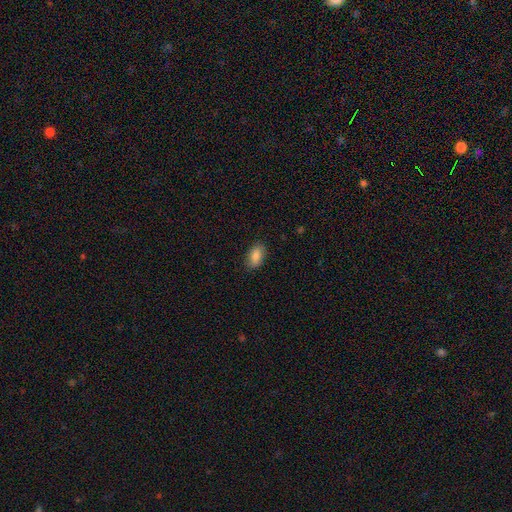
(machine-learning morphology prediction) Overall: smooth (87%). How rounded: in between (92%). Merging: none (85%).